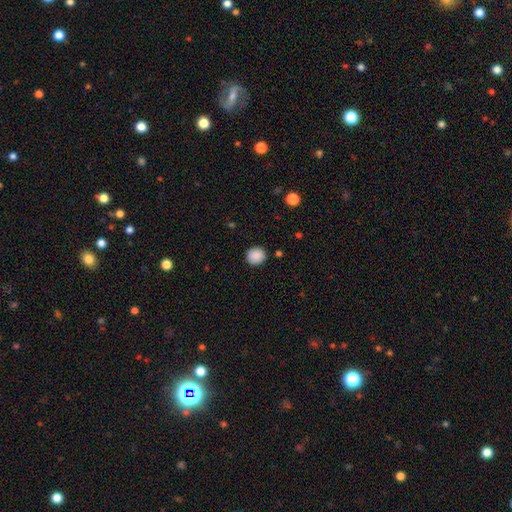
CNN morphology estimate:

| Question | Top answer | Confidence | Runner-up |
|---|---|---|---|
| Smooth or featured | smooth | 89% | star or artifact (8%) |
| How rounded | round | 85% | in between (14%) |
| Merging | none | 89% | minor disturbance (7%) |